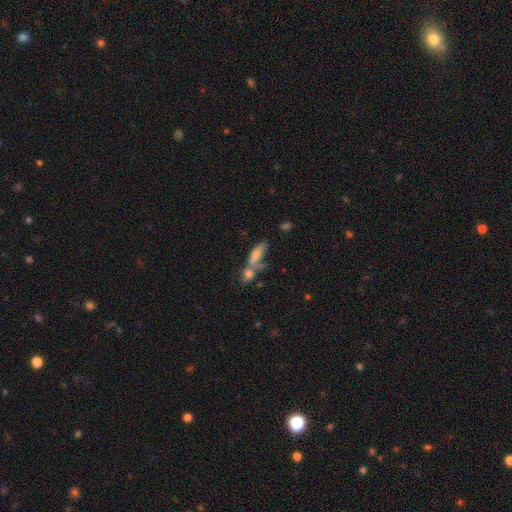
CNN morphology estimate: A smooth galaxy with no disk features (67%) that is in between round and cigar-shaped (62%).

Vote fractions:
- Smooth or featured? smooth: 67% / featured or disk: 23% / star or artifact: 10%
- How rounded? in between: 62% / cigar-shaped: 33% / round: 4%
- Merging? merger: 51% / none: 25% / minor disturbance: 12% / major disturbance: 11%